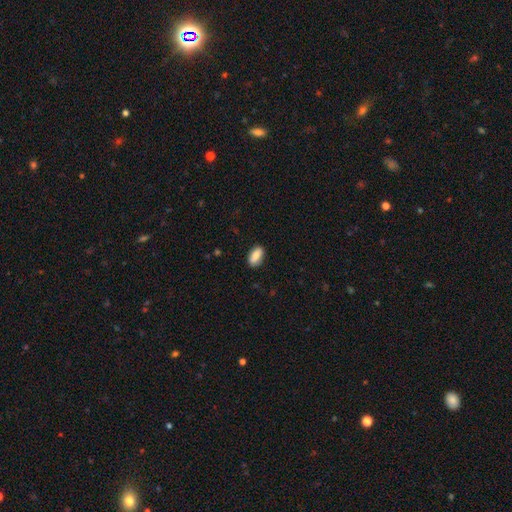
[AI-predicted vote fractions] smooth_or_featured: smooth (p=0.81) [alt: featured or disk p=0.12]
how_rounded: in between (p=0.89) [alt: cigar-shaped p=0.07]
merging: none (p=0.85) [alt: minor disturbance p=0.12]